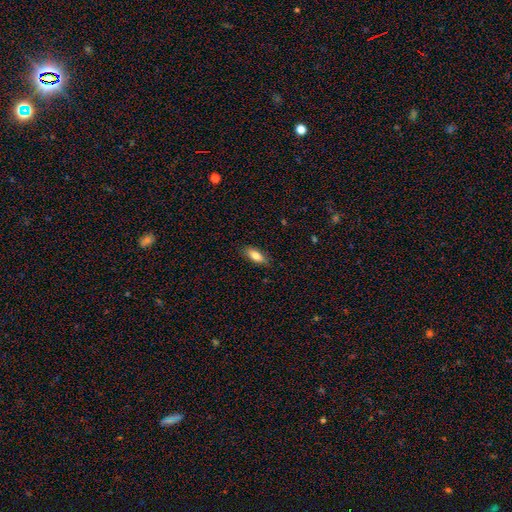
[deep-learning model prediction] Smooth or featured? Predicted: smooth (p=0.80). How rounded? Predicted: in between (p=0.79). Merging? Predicted: none (p=0.83).